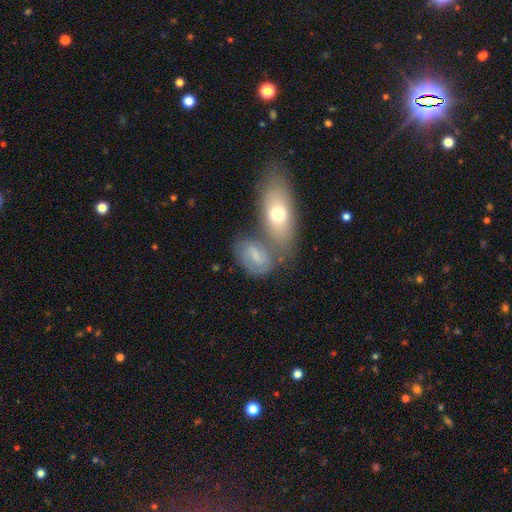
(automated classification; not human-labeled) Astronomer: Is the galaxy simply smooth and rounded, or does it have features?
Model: smooth — 46% (runner-up: featured or disk, 45%).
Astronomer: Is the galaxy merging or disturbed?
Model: none — 42% (runner-up: merger, 36%).